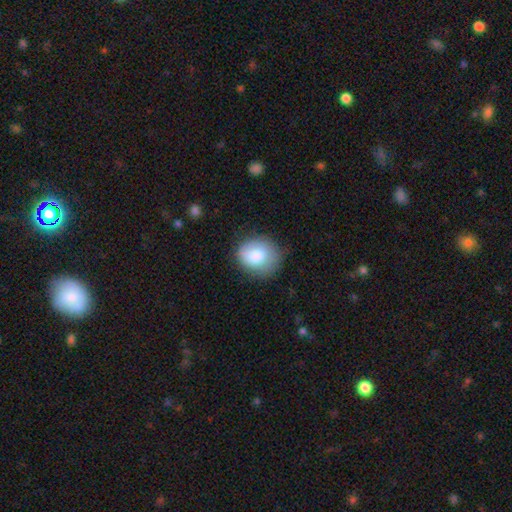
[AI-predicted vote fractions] The model was most divided on "how rounded": round: 69%, in between: 30%, cigar-shaped: 1%. More confident: smooth or featured — smooth (82%); merging — none (73%).